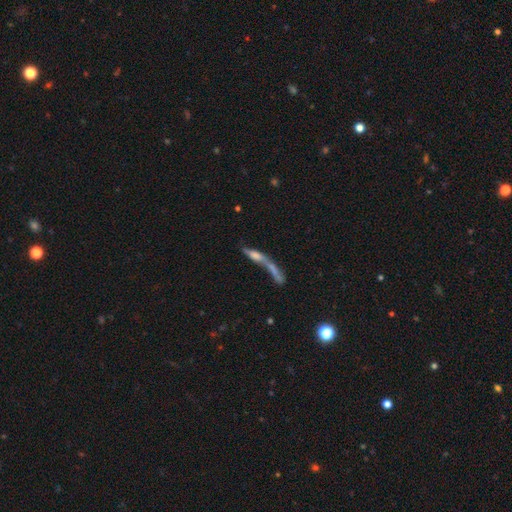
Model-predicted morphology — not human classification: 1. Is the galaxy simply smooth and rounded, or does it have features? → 45% featured or disk, 43% smooth, 12% star or artifact.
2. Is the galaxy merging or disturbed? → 59% merger, 17% none, 15% major disturbance, 9% minor disturbance.